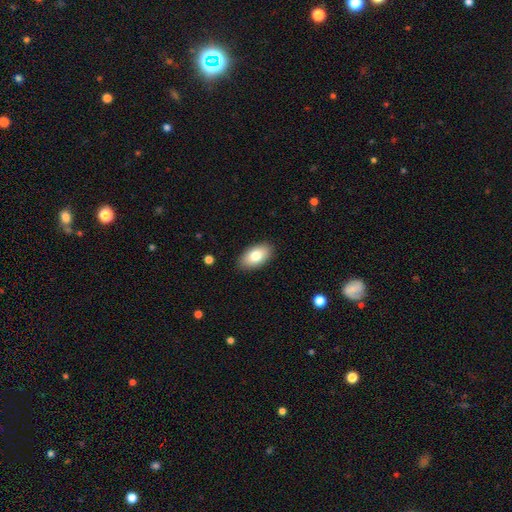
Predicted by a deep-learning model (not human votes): Overall: smooth (80%). How rounded: in between (94%). Merging: none (88%).